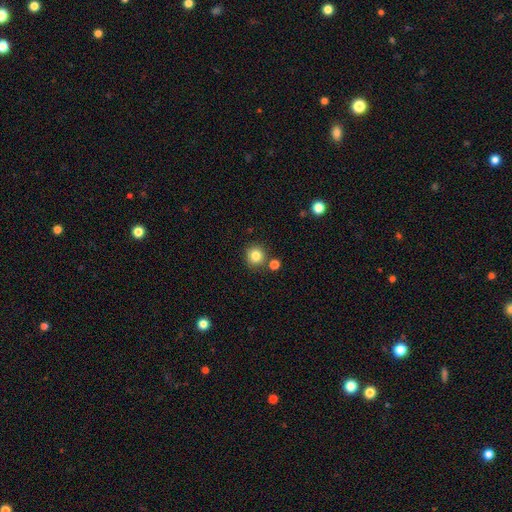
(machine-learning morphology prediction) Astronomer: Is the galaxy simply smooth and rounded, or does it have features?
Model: smooth — 83%.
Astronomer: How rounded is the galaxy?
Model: round — 91%.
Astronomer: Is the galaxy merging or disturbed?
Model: none — 80%.